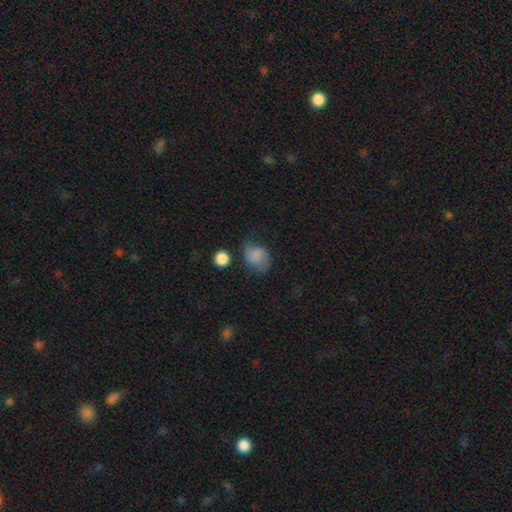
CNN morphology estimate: smooth 71%, featured or disk 18%, star or artifact 11%. Down the decision tree: how rounded — in between (53%); merging — none (57%).